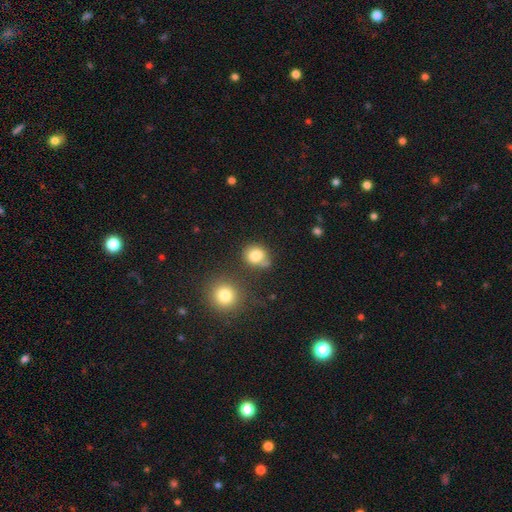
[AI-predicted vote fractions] smooth 81%, star or artifact 11%, featured or disk 8%. Down the decision tree: how rounded — round (69%); merging — none (62%).